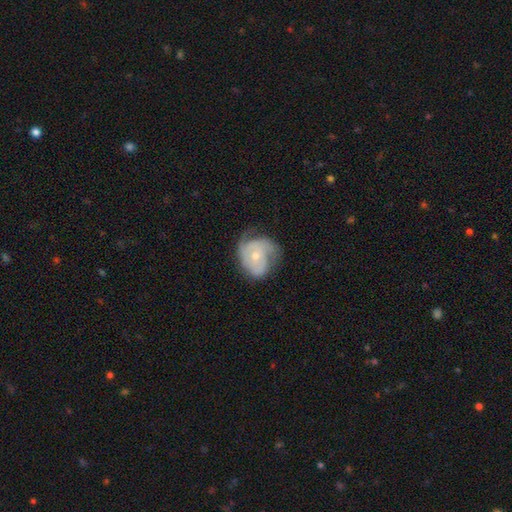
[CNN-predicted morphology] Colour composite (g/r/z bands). It shows a featured or disk galaxy (63%) with no bar (78%), spiral arms (80%) and a small central bulge (53%). Merging: none (44%).